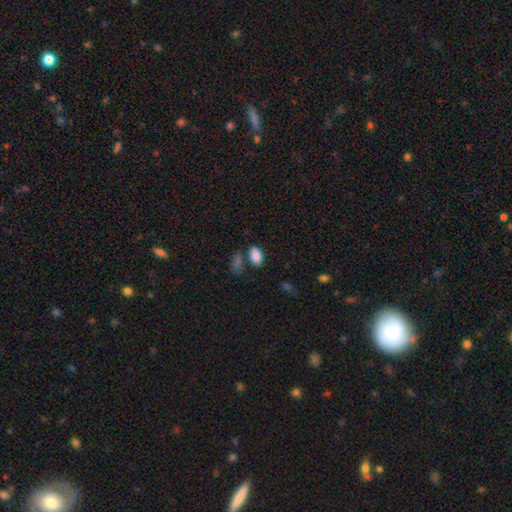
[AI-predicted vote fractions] smooth 86%, star or artifact 8%, featured or disk 6%. Down the decision tree: how rounded — in between (91%); merging — none (66%).